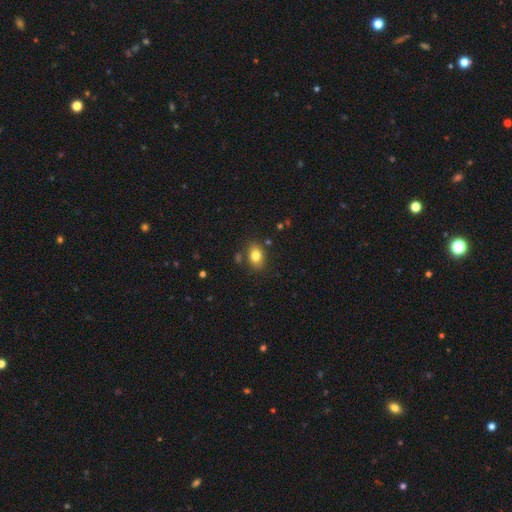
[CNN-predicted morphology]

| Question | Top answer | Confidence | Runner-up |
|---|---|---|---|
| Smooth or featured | smooth | 80% | star or artifact (10%) |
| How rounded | in between | 74% | round (24%) |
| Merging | none | 81% | minor disturbance (12%) |